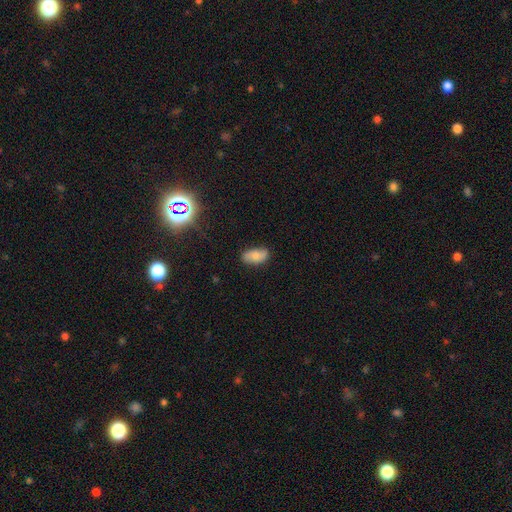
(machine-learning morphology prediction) This is likely a smooth galaxy (70%). How rounded: clearly in between (92%). Merging: likely none (77%).